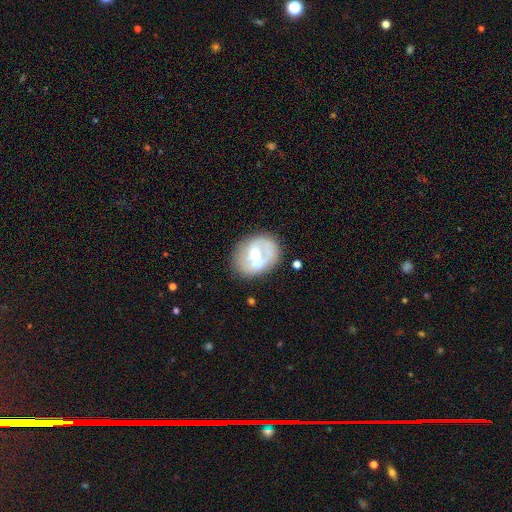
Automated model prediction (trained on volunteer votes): smooth-or-featured: featured or disk: 58% | smooth: 35% | star or artifact: 7%
  disk-edge-on: no: 96% | yes: 4%
    bar: no: 44% | weak: 39% | strong: 16%
    has-spiral-arms: no: 55% | yes: 45%
    bulge-size: moderate: 62% | small: 25% | large: 8% | none: 3% | dominant: 1%
  merging: none: 59% | minor disturbance: 23% | major disturbance: 13% | merger: 6%